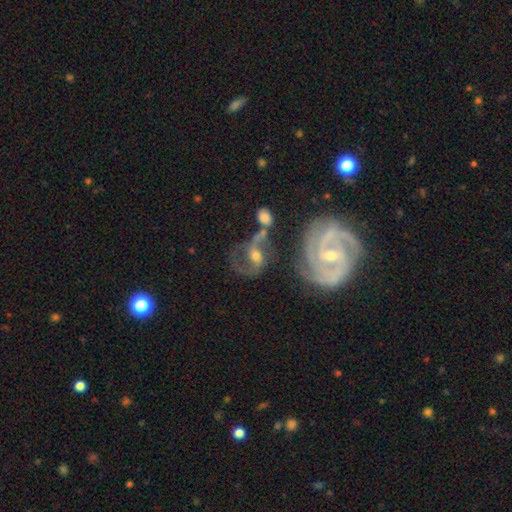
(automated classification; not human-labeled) Smooth or featured? Predicted: featured or disk (p=0.76). Edge-on disk? Predicted: no (p=0.96). Bar? Predicted: weak (p=0.44). Spiral arms? Predicted: yes (p=0.88). Spiral winding? Predicted: medium (p=0.43). Spiral arm count? Predicted: 2 (p=0.82). Bulge size? Predicted: moderate (p=0.57). Merging? Predicted: none (p=0.32).